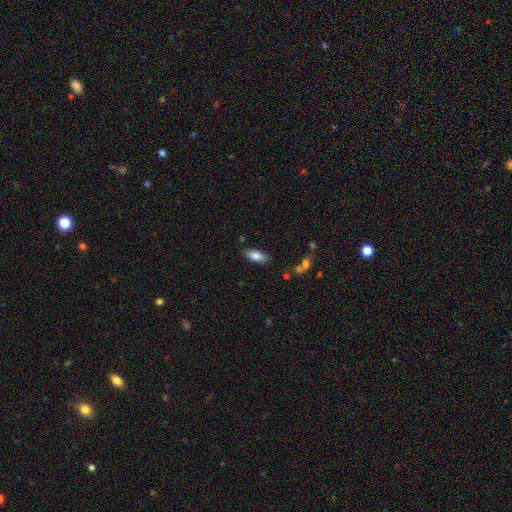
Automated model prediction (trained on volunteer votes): Q: Smooth or featured?
A: smooth (82%); runner-up: featured or disk (11%)
Q: How rounded?
A: in between (83%); runner-up: cigar-shaped (15%)
Q: Merging?
A: none (82%); runner-up: minor disturbance (12%)